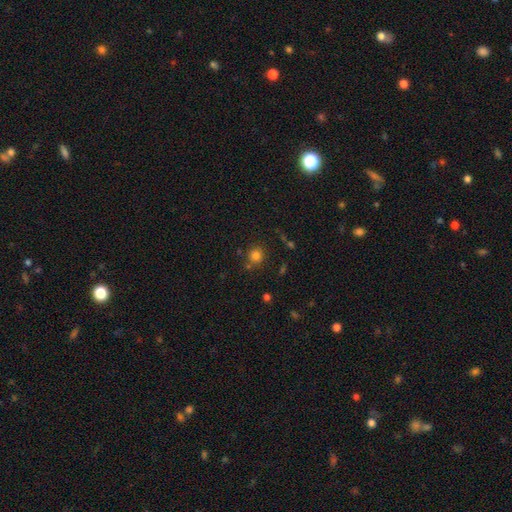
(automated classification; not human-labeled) Overall: smooth (79%). How rounded: round (88%). Merging: none (78%).